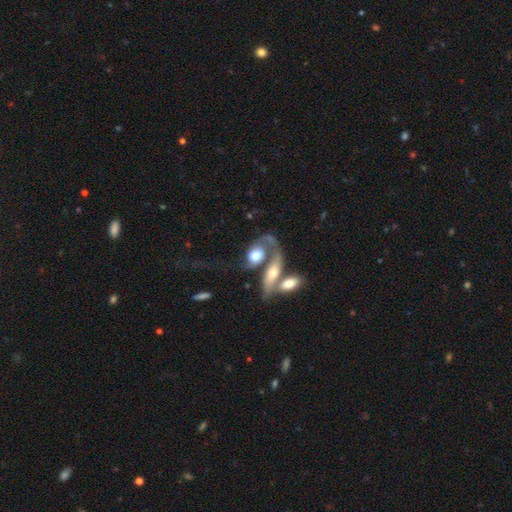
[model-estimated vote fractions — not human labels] Smooth or featured? featured or disk (53%)
Edge-on disk? no (91%)
Merging? merger (56%)